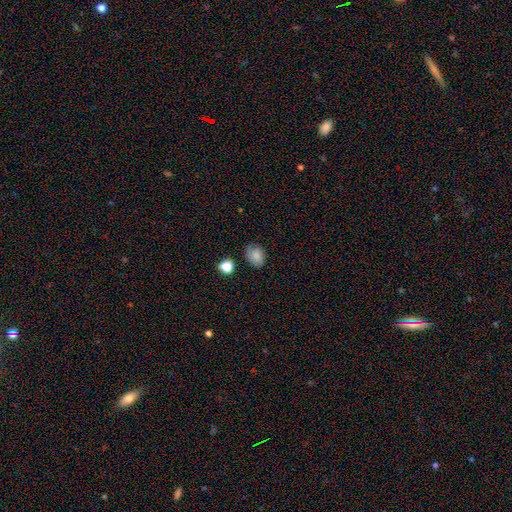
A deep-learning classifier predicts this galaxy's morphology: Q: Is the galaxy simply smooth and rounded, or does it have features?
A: smooth — 74%.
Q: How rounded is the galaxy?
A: in between — 62%.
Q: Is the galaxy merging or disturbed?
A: none — 68%.